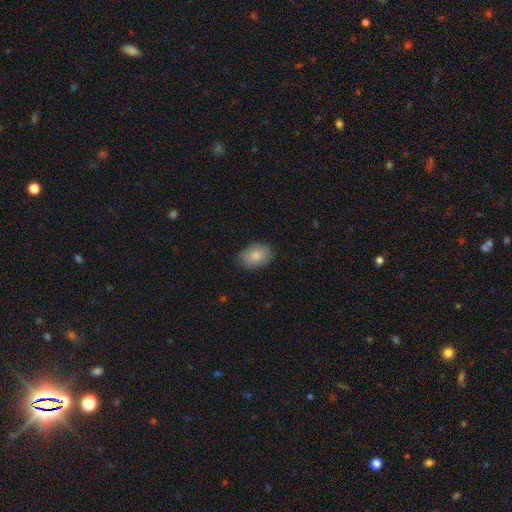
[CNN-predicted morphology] Q: Smooth or featured?
A: smooth (84%); runner-up: featured or disk (9%)
Q: How rounded?
A: in between (85%); runner-up: round (14%)
Q: Merging?
A: none (84%); runner-up: minor disturbance (13%)